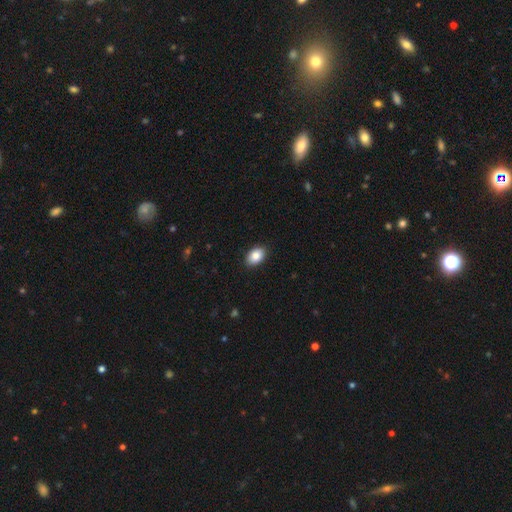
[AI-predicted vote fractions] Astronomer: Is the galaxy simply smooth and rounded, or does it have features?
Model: smooth — 86%.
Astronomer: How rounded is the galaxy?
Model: in between — 87%.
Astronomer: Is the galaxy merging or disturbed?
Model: none — 89%.